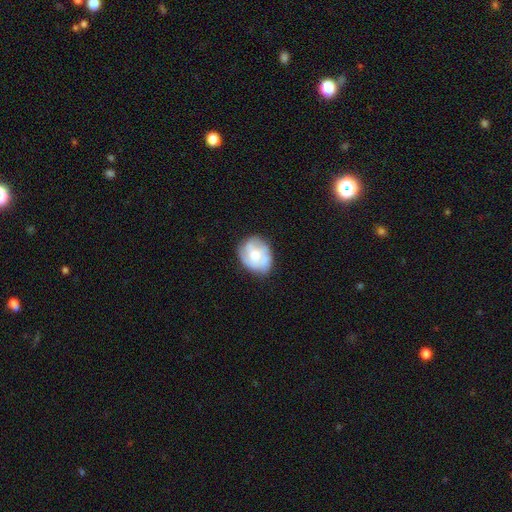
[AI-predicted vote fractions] A featured or disk galaxy (50%). Merging: none (64%).